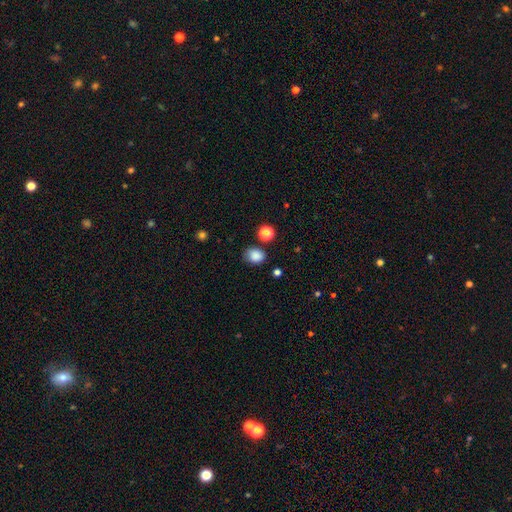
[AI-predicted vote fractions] The model was most divided on "how rounded": round: 51%, in between: 48%, cigar-shaped: 1%. More confident: smooth or featured — smooth (85%); merging — none (75%).